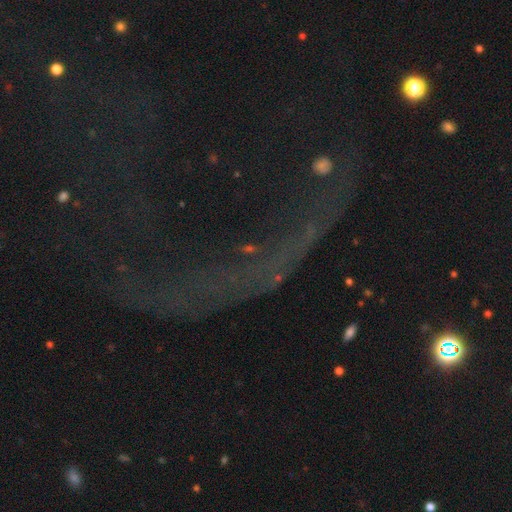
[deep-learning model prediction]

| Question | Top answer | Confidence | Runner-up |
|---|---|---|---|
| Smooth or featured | star or artifact | 56% | featured or disk (25%) |